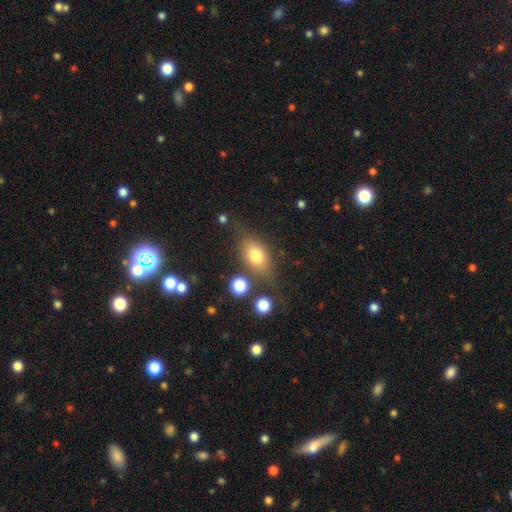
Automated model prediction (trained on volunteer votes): smooth 73%, featured or disk 18%, star or artifact 10%. Down the decision tree: how rounded — in between (77%); merging — none (66%).